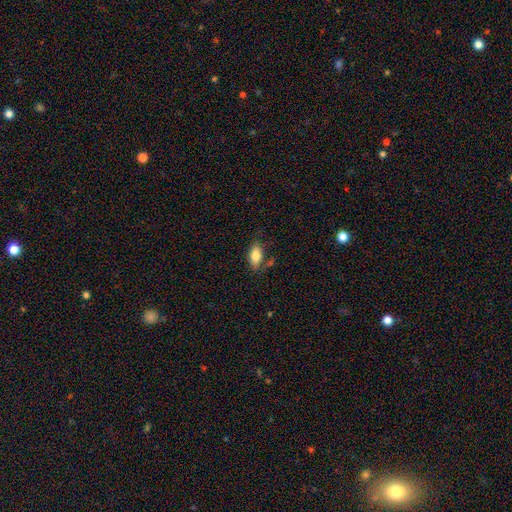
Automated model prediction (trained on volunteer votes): The model was most divided on "merging": none: 69%, minor disturbance: 18%, merger: 7%, major disturbance: 5%. More confident: how rounded — in between (89%); smooth or featured — smooth (81%).